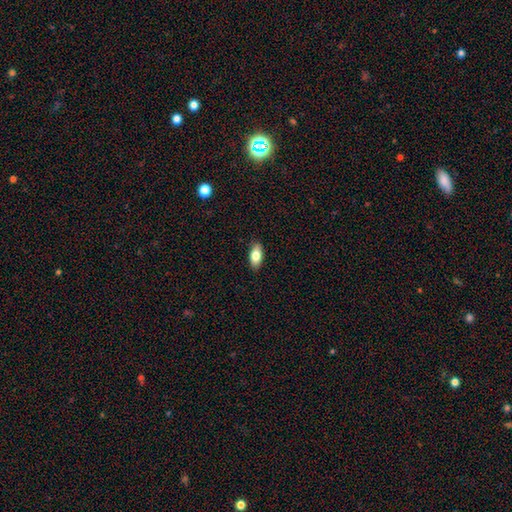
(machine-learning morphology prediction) Smooth or featured?
  - smooth: 78% *
  - featured or disk: 15%
  - star or artifact: 7%
How rounded?
  - in between: 89% *
  - cigar-shaped: 7%
  - round: 3%
Merging?
  - none: 89% *
  - minor disturbance: 8%
  - major disturbance: 2%
  - merger: 1%